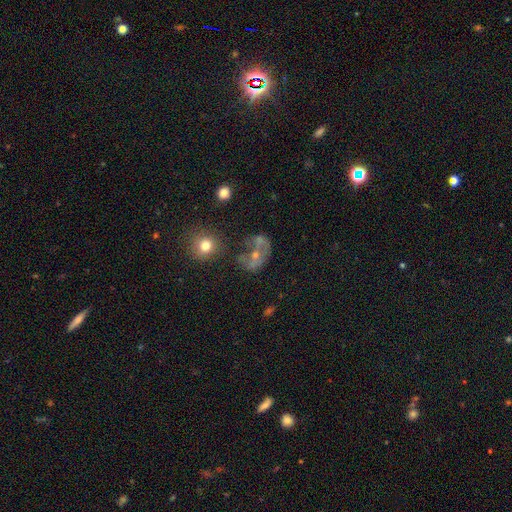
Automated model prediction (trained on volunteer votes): A featured or disk galaxy (43%).

Vote fractions:
- Smooth or featured? featured or disk: 43% / smooth: 38% / star or artifact: 19%
- Merging? none: 32% / merger: 26% / major disturbance: 25% / minor disturbance: 17%